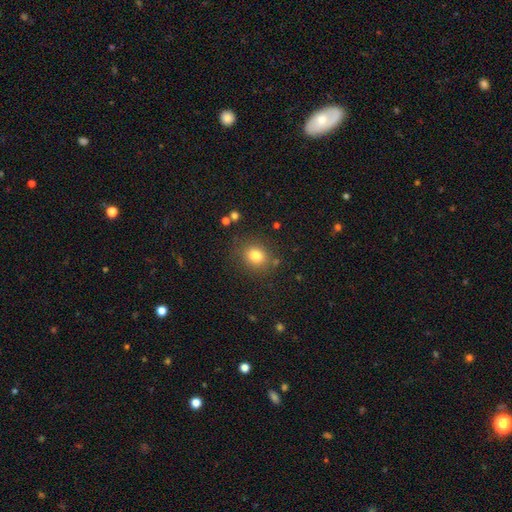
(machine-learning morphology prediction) Q: Smooth or featured?
A: smooth (80%); runner-up: star or artifact (13%)
Q: How rounded?
A: round (70%); runner-up: in between (29%)
Q: Merging?
A: none (81%); runner-up: minor disturbance (11%)